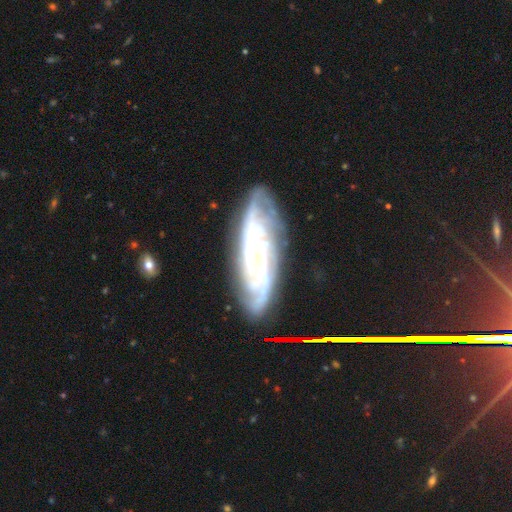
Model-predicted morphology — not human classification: Overall: featured or disk (83%). Edge-on disk: no (82%). Bar: no (67%). Spiral arms: yes (95%). Spiral arm count: can't tell (39%; 3 18%). Spiral winding: tight (68%). Bulge size: small (60%; moderate 33%). Merging: none (79%).